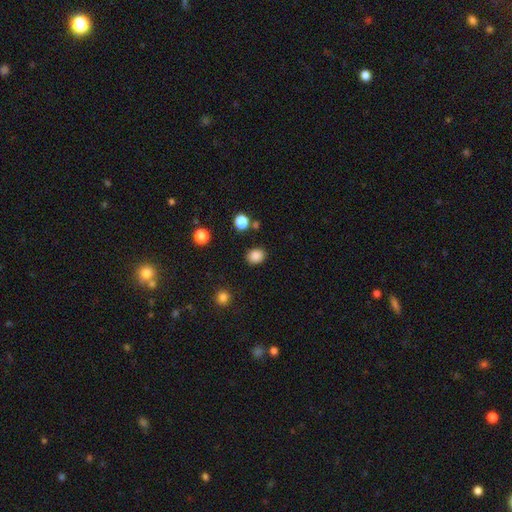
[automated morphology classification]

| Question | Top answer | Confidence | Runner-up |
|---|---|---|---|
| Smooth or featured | smooth | 86% | star or artifact (11%) |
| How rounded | round | 55% | in between (44%) |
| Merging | none | 87% | minor disturbance (8%) |